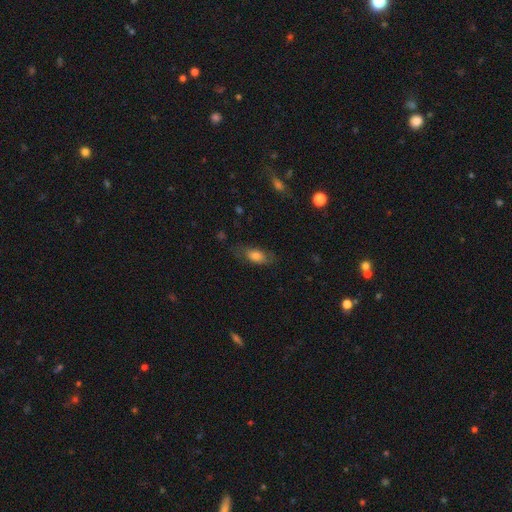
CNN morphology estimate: Q: Smooth or featured?
A: smooth (73%); runner-up: featured or disk (19%)
Q: How rounded?
A: in between (81%); runner-up: cigar-shaped (14%)
Q: Merging?
A: none (64%); runner-up: minor disturbance (23%)